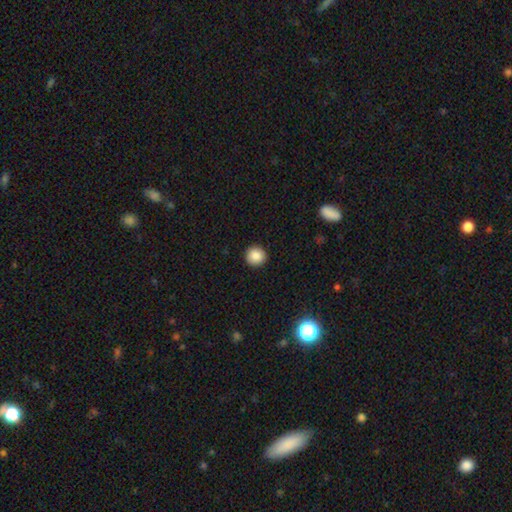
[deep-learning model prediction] Morphology: type=smooth (86%); roundness=round (94%); merging=none (92%).